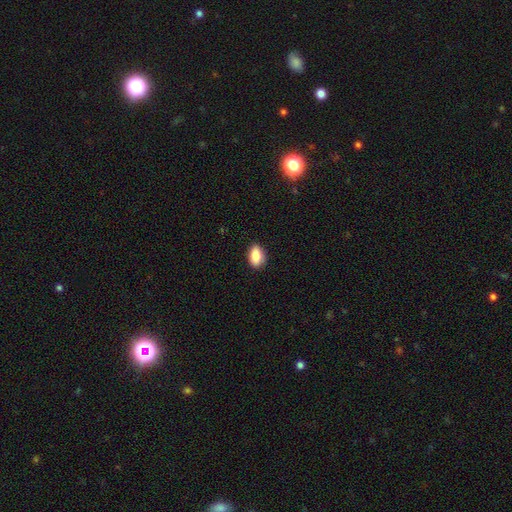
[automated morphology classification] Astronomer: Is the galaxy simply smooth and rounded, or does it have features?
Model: smooth — 84%.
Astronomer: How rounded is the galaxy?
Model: in between — 88%.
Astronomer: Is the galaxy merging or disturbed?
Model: none — 85%.